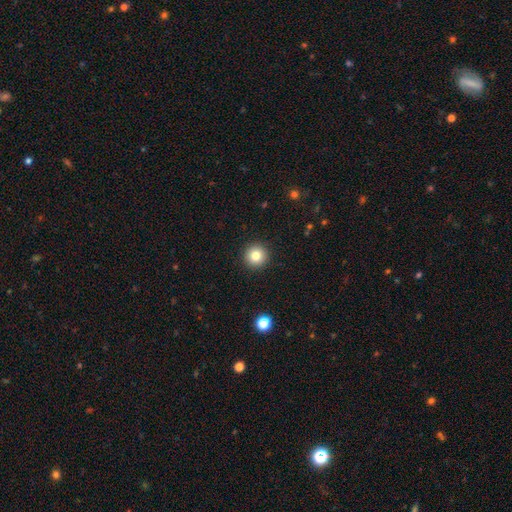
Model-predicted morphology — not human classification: smooth-or-featured: smooth: 82% | star or artifact: 11% | featured or disk: 7%
  how-rounded: round: 96% | in between: 3% | cigar-shaped: 1%
  merging: none: 93% | minor disturbance: 4% | major disturbance: 2% | merger: 1%